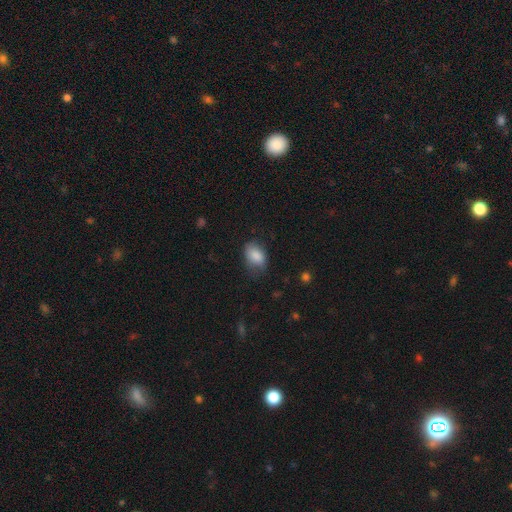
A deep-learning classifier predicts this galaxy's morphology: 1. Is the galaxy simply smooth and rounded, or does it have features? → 85% smooth, 7% star or artifact, 7% featured or disk.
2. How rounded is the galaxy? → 88% in between, 11% round, 1% cigar-shaped.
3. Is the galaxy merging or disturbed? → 61% none, 29% minor disturbance, 9% major disturbance, 1% merger.